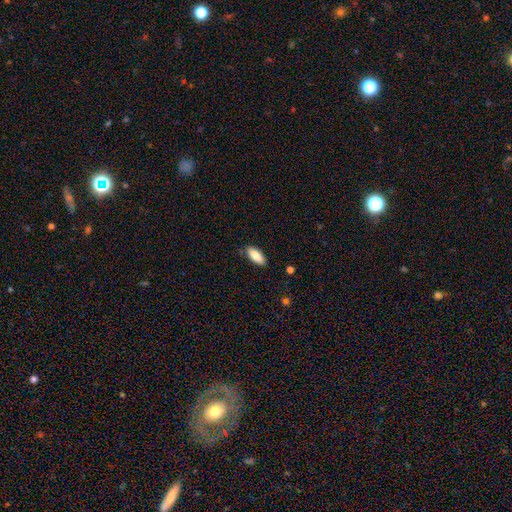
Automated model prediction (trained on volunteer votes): Smooth or featured? smooth (83%)
How rounded? in between (79%)
Merging? none (86%)